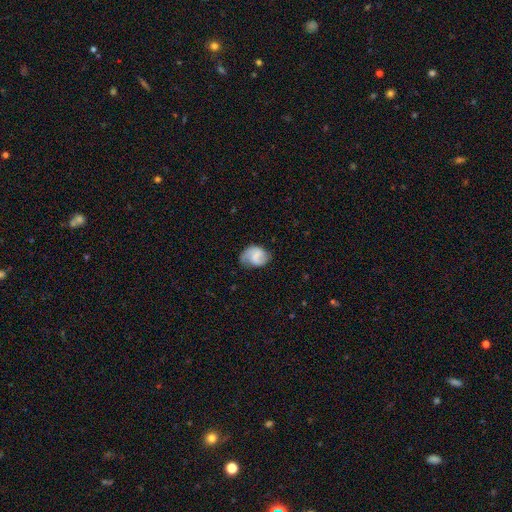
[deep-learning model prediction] smooth_or_featured: featured or disk (p=0.57) [alt: smooth p=0.35]
disk_edge_on: no (p=0.98) [alt: yes p=0.02]
bar: weak (p=0.48) [alt: no p=0.30]
has_spiral_arms: yes (p=0.89) [alt: no p=0.11]
bulge_size: none (p=0.46) [alt: small p=0.28]
merging: none (p=0.60) [alt: minor disturbance p=0.28]